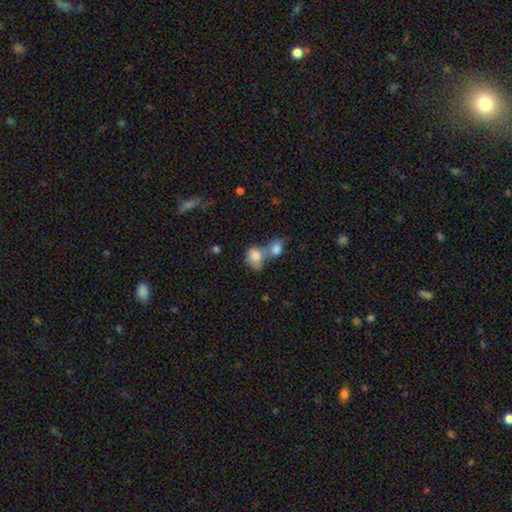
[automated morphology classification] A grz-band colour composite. It shows a smooth galaxy with no disk features (80%) that is in between round and cigar-shaped (51%). Merging: merger (67%).